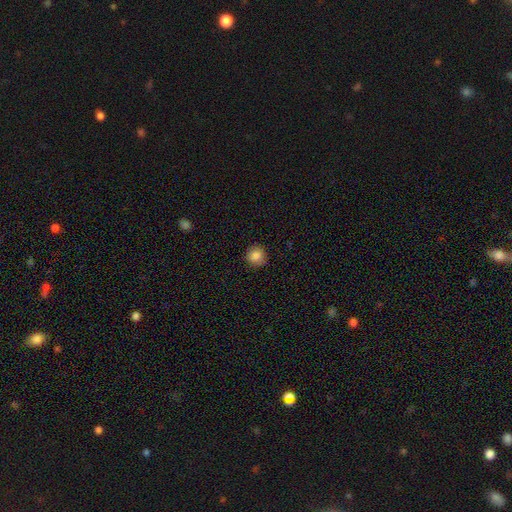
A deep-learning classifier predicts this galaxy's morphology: Smooth or featured? Predicted: smooth (p=0.86). How rounded? Predicted: round (p=0.93). Merging? Predicted: none (p=0.90).